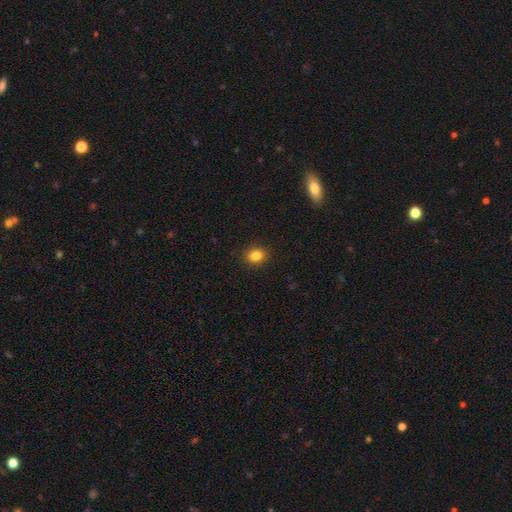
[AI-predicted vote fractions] Overall: smooth (84%). How rounded: in between (53%; round 46%). Merging: none (90%).